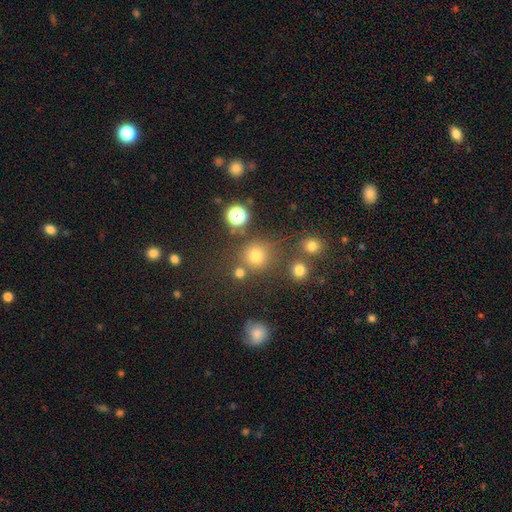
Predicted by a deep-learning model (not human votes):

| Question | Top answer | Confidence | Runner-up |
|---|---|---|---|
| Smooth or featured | smooth | 72% | star or artifact (21%) |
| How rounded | round | 91% | in between (8%) |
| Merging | none | 77% | minor disturbance (10%) |